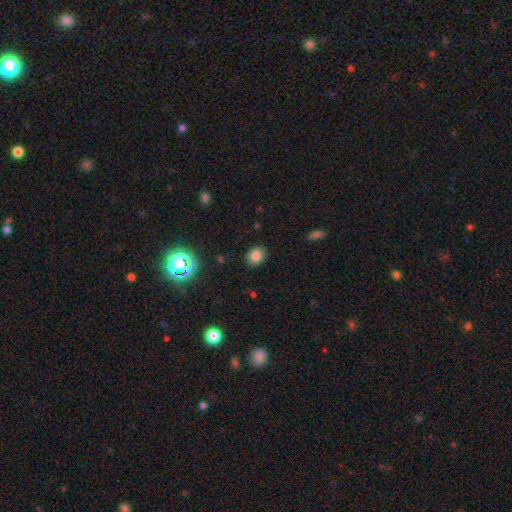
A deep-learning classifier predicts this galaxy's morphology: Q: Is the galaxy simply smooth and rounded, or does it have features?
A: smooth — 80%.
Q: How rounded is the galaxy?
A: in between — 57%.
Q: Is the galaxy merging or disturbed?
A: none — 86%.